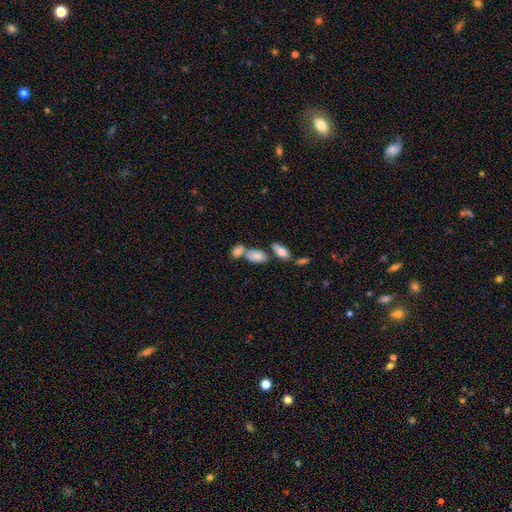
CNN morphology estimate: Smooth or featured? Predicted: smooth (p=0.80). How rounded? Predicted: in between (p=0.87). Merging? Predicted: merger (p=0.43).